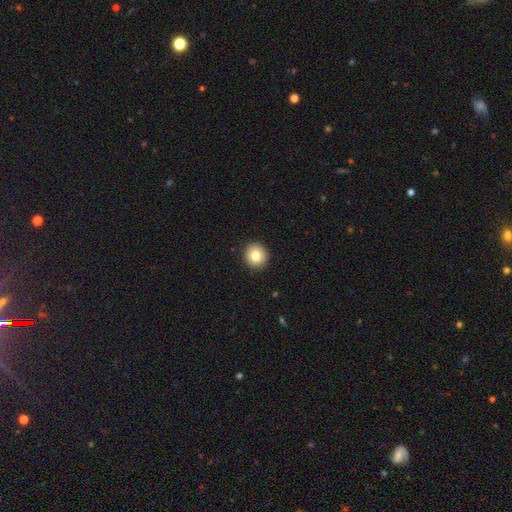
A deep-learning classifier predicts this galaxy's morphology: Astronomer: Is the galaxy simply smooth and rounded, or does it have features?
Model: smooth — 80%.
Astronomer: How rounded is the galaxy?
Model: round — 94%.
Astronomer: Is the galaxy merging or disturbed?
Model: none — 93%.